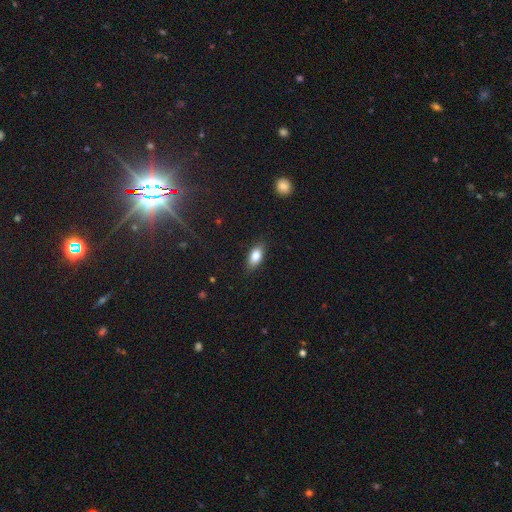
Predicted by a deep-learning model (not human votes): Smooth or featured?
  - smooth: 80% *
  - featured or disk: 12%
  - star or artifact: 8%
How rounded?
  - in between: 86% *
  - cigar-shaped: 10%
  - round: 4%
Merging?
  - none: 85% *
  - minor disturbance: 11%
  - major disturbance: 2%
  - merger: 1%